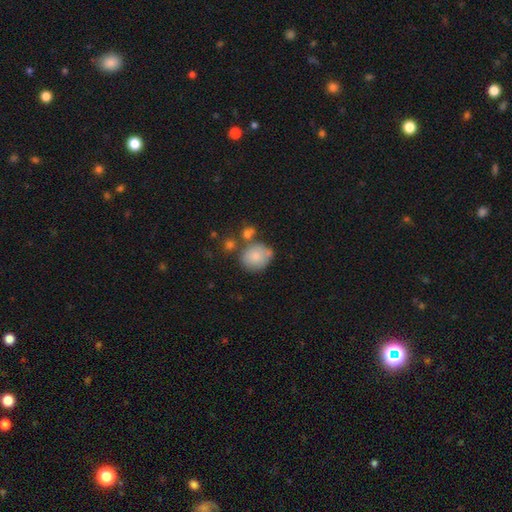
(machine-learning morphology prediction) Smooth or featured?
  - smooth: 79% *
  - featured or disk: 13%
  - star or artifact: 8%
How rounded?
  - round: 72% *
  - in between: 27%
  - cigar-shaped: 1%
Merging?
  - none: 58% *
  - minor disturbance: 20%
  - merger: 16%
  - major disturbance: 6%